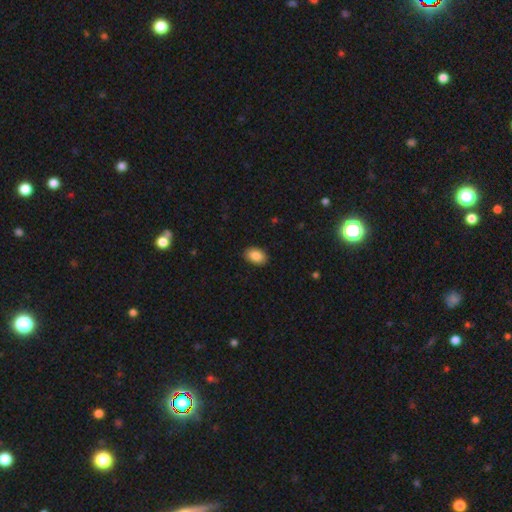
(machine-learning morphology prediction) Smooth or featured: smooth — 89% (star or artifact — 7%)
How rounded: in between — 88% (round — 10%)
Merging: none — 89% (minor disturbance — 8%)